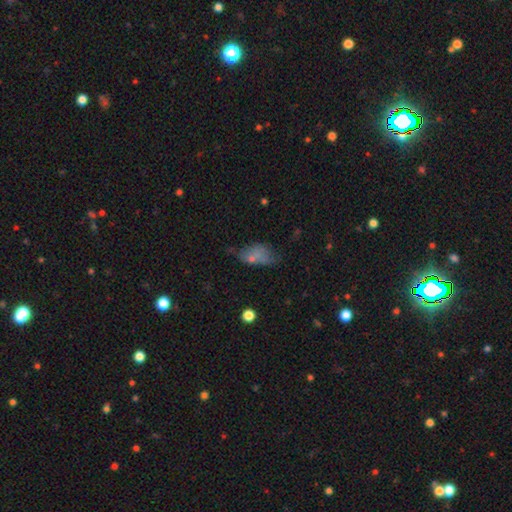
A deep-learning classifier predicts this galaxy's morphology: Smooth or featured: smooth — 65% (featured or disk — 21%)
How rounded: in between — 89% (round — 7%)
Merging: none — 34% (minor disturbance — 31%)